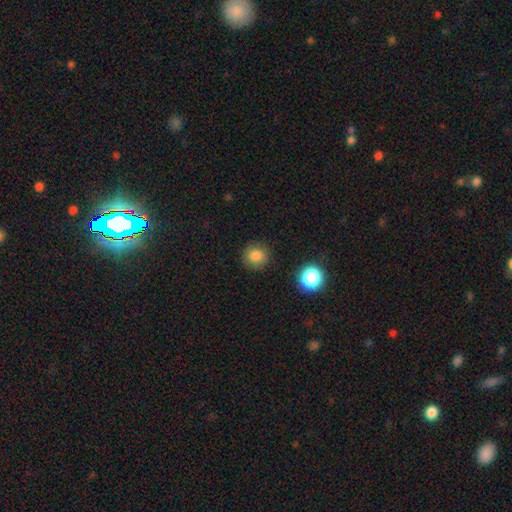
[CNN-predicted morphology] type=smooth (83%); roundness=round (90%); merging=none (87%).